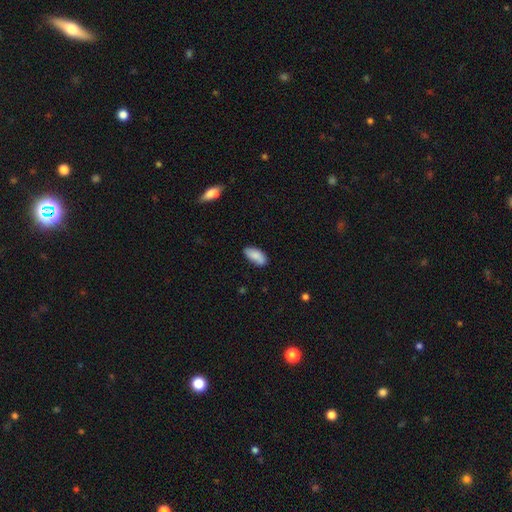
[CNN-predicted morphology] The model was most divided on "merging": none: 78%, minor disturbance: 17%, major disturbance: 3%, merger: 3%. More confident: how rounded — in between (89%); smooth or featured — smooth (84%).